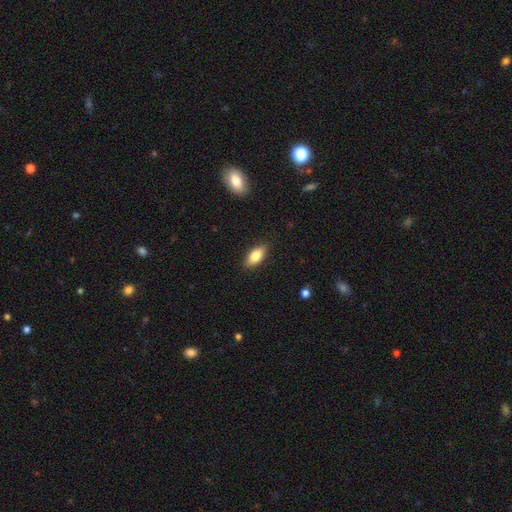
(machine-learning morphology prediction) Q: Smooth or featured?
A: smooth (79%); runner-up: featured or disk (14%)
Q: How rounded?
A: in between (86%); runner-up: cigar-shaped (11%)
Q: Merging?
A: none (87%); runner-up: minor disturbance (10%)